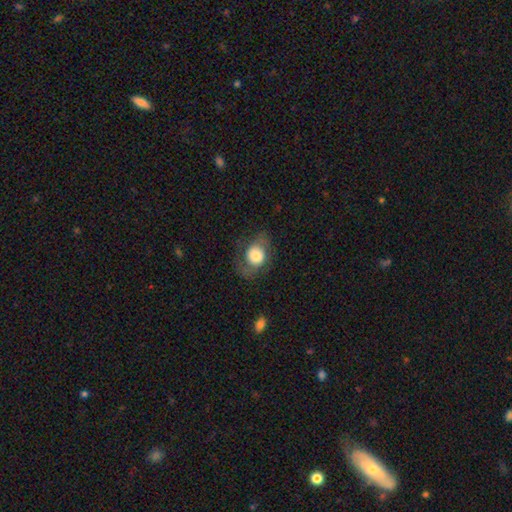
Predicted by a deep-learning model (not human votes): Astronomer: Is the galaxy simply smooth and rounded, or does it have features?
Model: smooth — 65%.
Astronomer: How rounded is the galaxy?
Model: round — 54% (runner-up: in between, 45%).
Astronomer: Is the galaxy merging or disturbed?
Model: none — 61%.